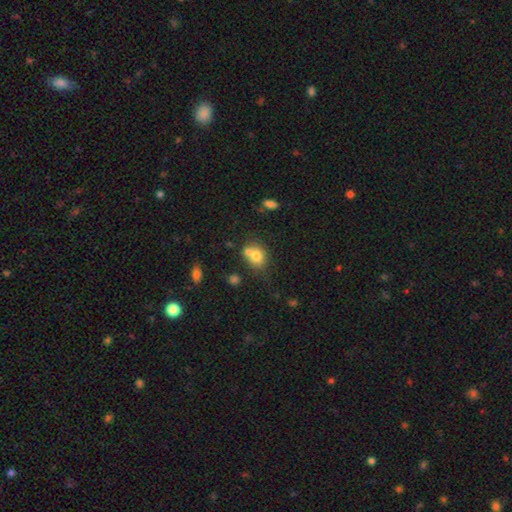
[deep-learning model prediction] A smooth galaxy with no disk features (74%) that is round (58%). Merging: merger (43%).